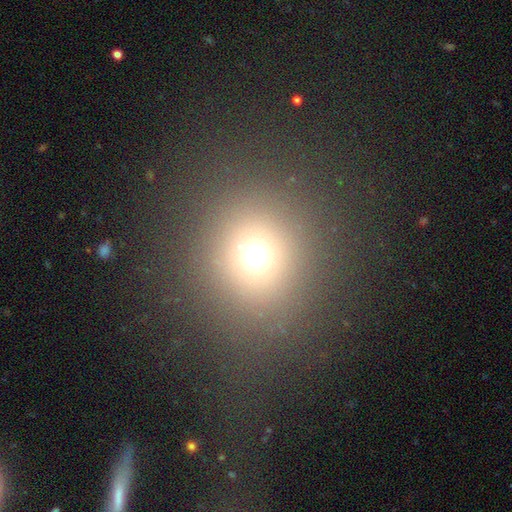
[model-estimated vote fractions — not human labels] Morphology: type=smooth (66%); roundness=round (83%); merging=none (84%).